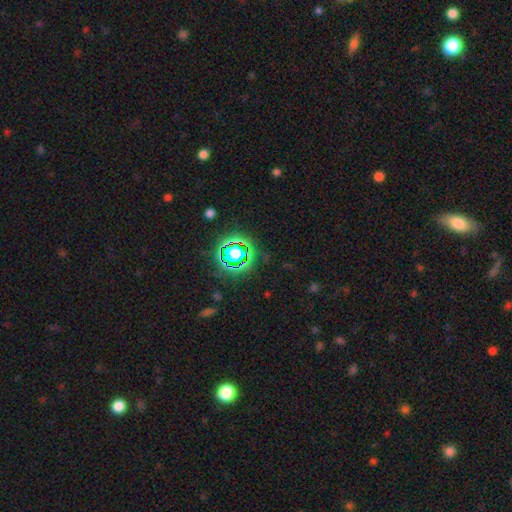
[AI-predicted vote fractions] Smooth or featured? star or artifact (77%)